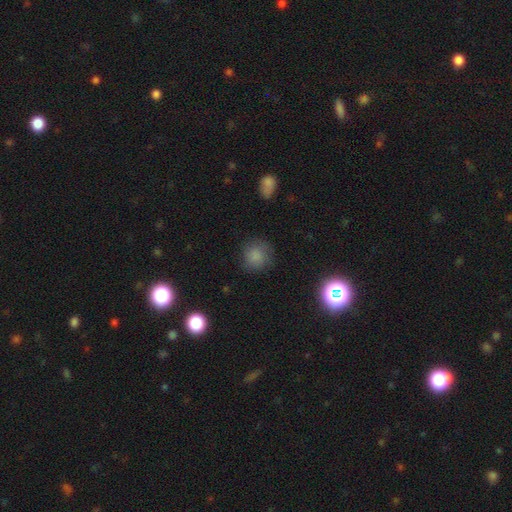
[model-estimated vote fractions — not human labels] smooth_or_featured: smooth (p=0.82) [alt: star or artifact p=0.11]
how_rounded: round (p=0.90) [alt: in between p=0.09]
merging: none (p=0.80) [alt: minor disturbance p=0.14]